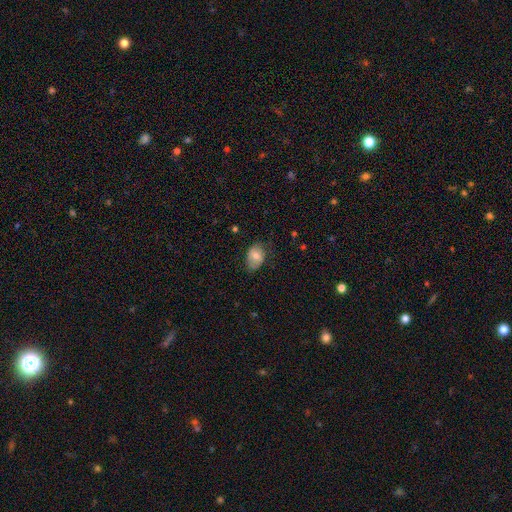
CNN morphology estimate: Smooth or featured?
  - smooth: 69% *
  - featured or disk: 23%
  - star or artifact: 8%
How rounded?
  - in between: 80% *
  - round: 18%
  - cigar-shaped: 1%
Merging?
  - none: 67% *
  - minor disturbance: 26%
  - major disturbance: 6%
  - merger: 1%